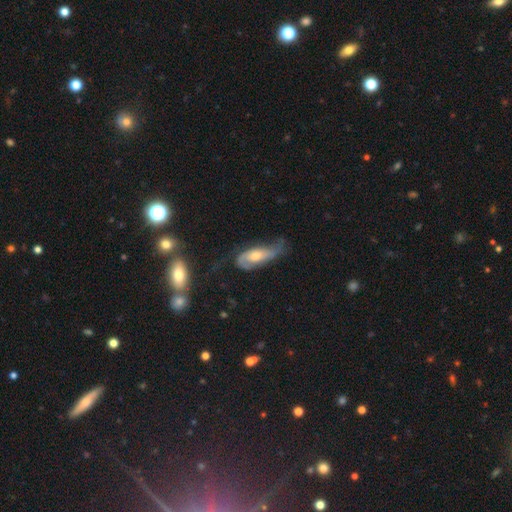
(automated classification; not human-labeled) Smooth or featured? featured or disk (57%)
Edge-on disk? no (83%)
Merging? none (36%)